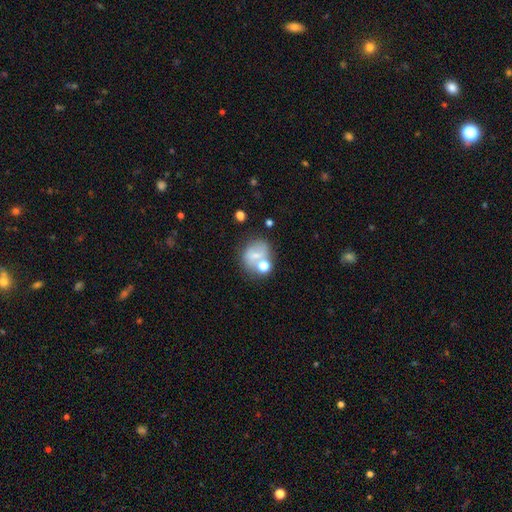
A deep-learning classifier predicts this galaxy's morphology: A smooth galaxy with no disk features (61%) that is round (67%).

Vote fractions:
- Smooth or featured? smooth: 61% / featured or disk: 25% / star or artifact: 15%
- How rounded? round: 67% / in between: 32% / cigar-shaped: 1%
- Merging? none: 46% / merger: 25% / minor disturbance: 17% / major disturbance: 12%